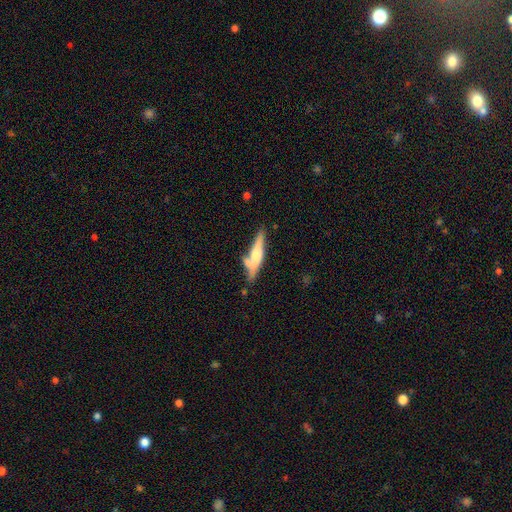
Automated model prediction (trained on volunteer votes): Smooth or featured? Predicted: featured or disk (p=0.48). Merging? Predicted: none (p=0.46).